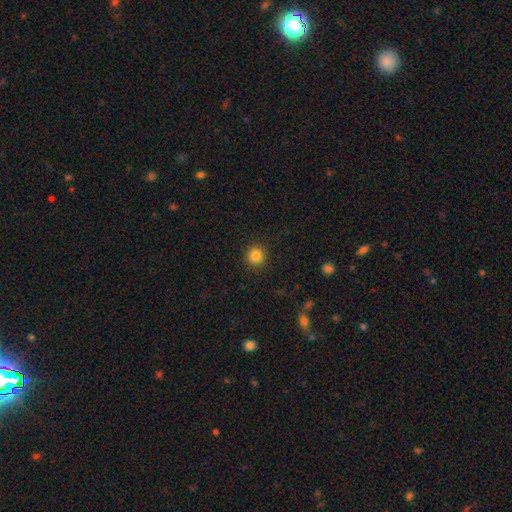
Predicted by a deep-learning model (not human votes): Smooth or featured?
  - smooth: 85% *
  - star or artifact: 11%
  - featured or disk: 4%
How rounded?
  - round: 94% *
  - in between: 5%
  - cigar-shaped: 1%
Merging?
  - none: 91% *
  - minor disturbance: 6%
  - major disturbance: 2%
  - merger: 1%